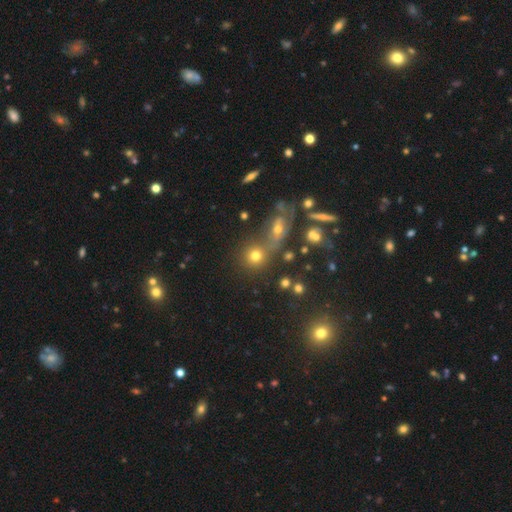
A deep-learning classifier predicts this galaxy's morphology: Smooth or featured?
  - smooth: 73% *
  - star or artifact: 16%
  - featured or disk: 12%
How rounded?
  - round: 85% *
  - in between: 13%
  - cigar-shaped: 2%
Merging?
  - none: 53% *
  - merger: 32%
  - minor disturbance: 10%
  - major disturbance: 6%